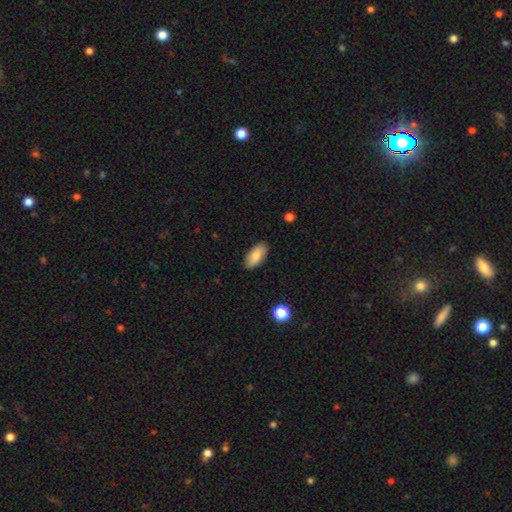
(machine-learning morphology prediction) A smooth galaxy with no disk features (85%) that is in between round and cigar-shaped (92%). Merging: none (88%).